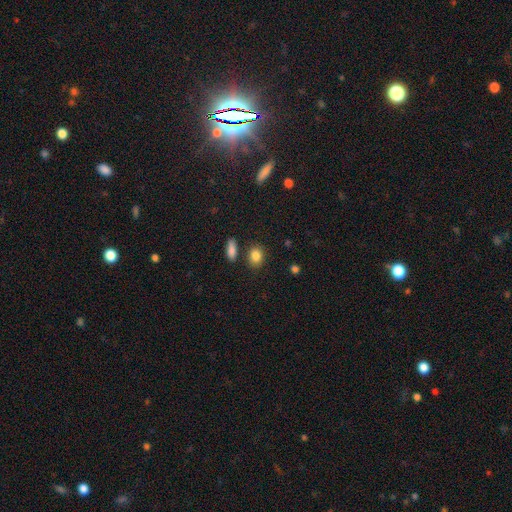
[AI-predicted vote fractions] Overall: smooth (85%). How rounded: in between (54%; round 44%). Merging: none (79%).